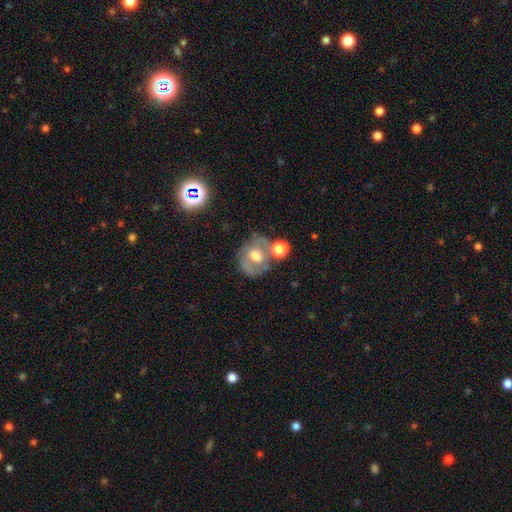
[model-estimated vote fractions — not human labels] Q: Smooth or featured?
A: featured or disk (59%); runner-up: smooth (30%)
Q: Edge-on disk?
A: no (96%); runner-up: yes (4%)
Q: Bar?
A: no (53%); runner-up: weak (36%)
Q: Spiral arms?
A: yes (69%); runner-up: no (31%)
Q: Bulge size?
A: moderate (65%); runner-up: large (15%)
Q: Merging?
A: none (51%); runner-up: merger (21%)